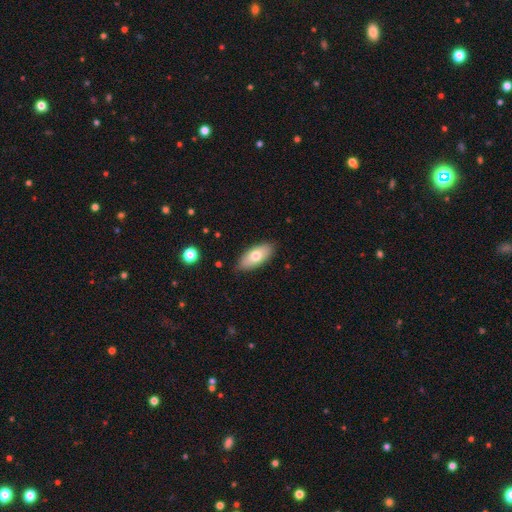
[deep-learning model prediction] smooth_or_featured: smooth (p=0.73) [alt: featured or disk p=0.21]
how_rounded: in between (p=0.87) [alt: cigar-shaped p=0.11]
merging: none (p=0.85) [alt: minor disturbance p=0.11]